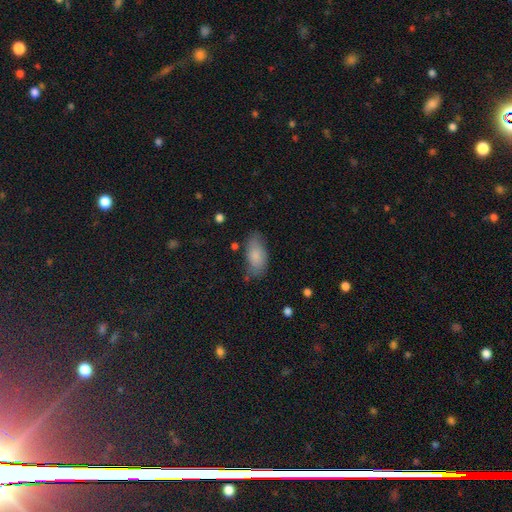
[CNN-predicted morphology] A smooth galaxy with no disk features (83%) that is in between round and cigar-shaped (91%). Merging: none (67%).